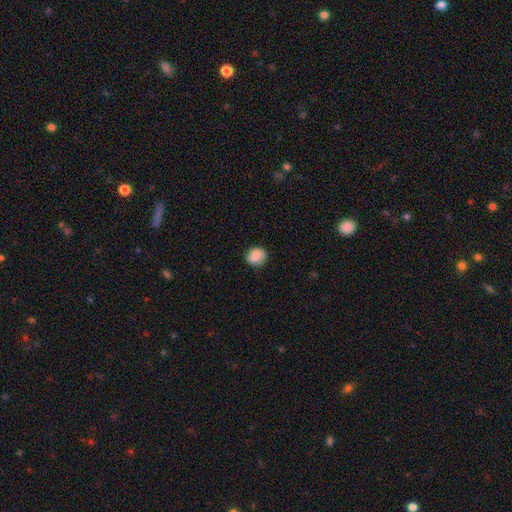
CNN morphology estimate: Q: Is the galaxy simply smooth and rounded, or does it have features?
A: smooth — 71%.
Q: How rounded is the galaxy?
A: round — 79%.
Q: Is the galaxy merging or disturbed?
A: none — 78%.